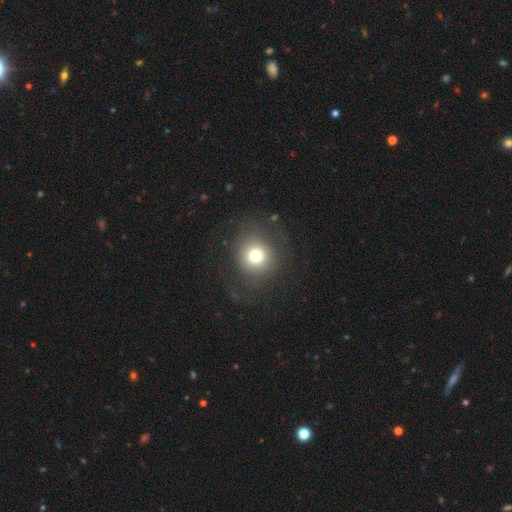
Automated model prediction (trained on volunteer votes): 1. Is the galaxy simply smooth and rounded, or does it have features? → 73% smooth, 14% featured or disk, 13% star or artifact.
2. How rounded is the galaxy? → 89% round, 10% in between, 1% cigar-shaped.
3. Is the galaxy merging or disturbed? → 75% none, 13% minor disturbance, 11% major disturbance, 1% merger.